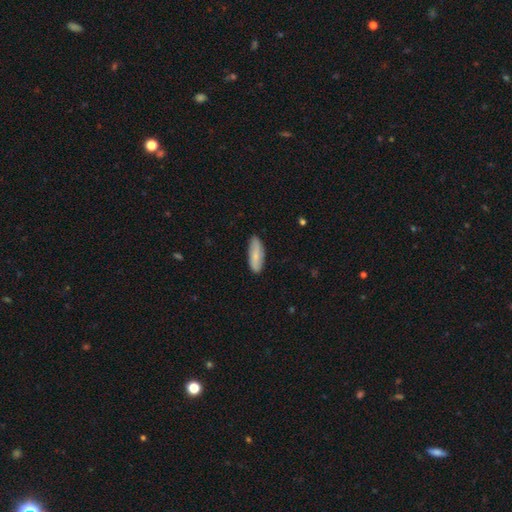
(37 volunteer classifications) A smooth galaxy with no disk features (70%) that is cigar-shaped (65%).

Vote fractions:
- Smooth or featured? smooth: 70% / featured or disk: 24% / star or artifact: 5%
- How rounded? cigar-shaped: 65% / in between: 35% / round: 0%
- Merging? none: 89% / minor disturbance: 11% / major disturbance: 0% / merger: 0%